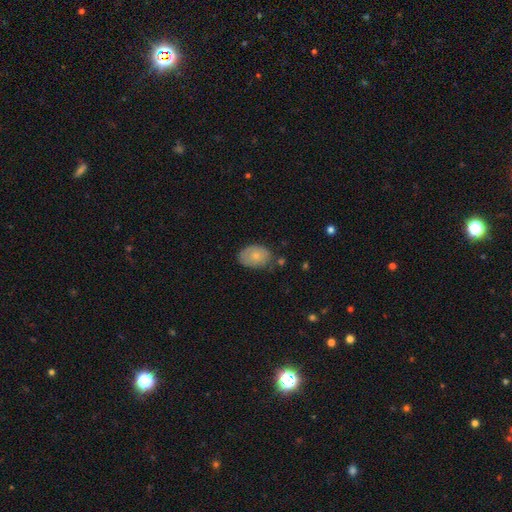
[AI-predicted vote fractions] The model was most divided on "merging": none: 66%, minor disturbance: 25%, major disturbance: 5%, merger: 4%. More confident: how rounded — in between (82%); smooth or featured — smooth (74%).